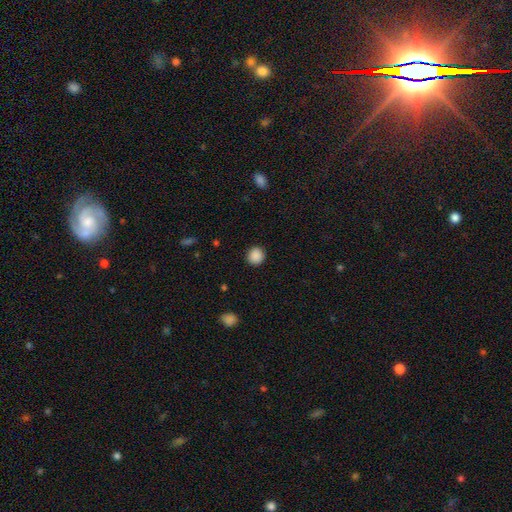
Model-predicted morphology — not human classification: A smooth galaxy with no disk features (89%) that is round (88%).

Vote fractions:
- Smooth or featured? smooth: 89% / star or artifact: 9% / featured or disk: 2%
- How rounded? round: 88% / in between: 11% / cigar-shaped: 1%
- Merging? none: 90% / minor disturbance: 6% / major disturbance: 2% / merger: 1%